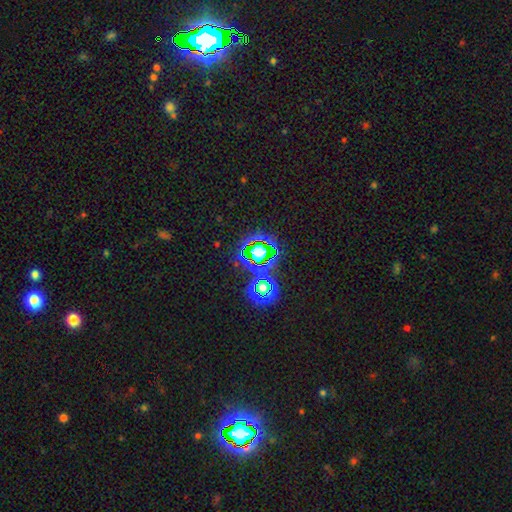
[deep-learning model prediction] The model was most divided on "smooth or featured": star or artifact: 77%, smooth: 16%, featured or disk: 7%.